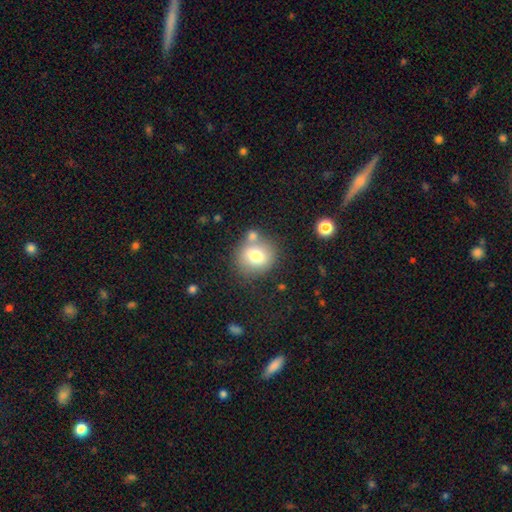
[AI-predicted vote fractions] Smooth or featured?
  - smooth: 73% *
  - featured or disk: 16%
  - star or artifact: 10%
How rounded?
  - round: 82% *
  - in between: 17%
  - cigar-shaped: 1%
Merging?
  - none: 65% *
  - merger: 18%
  - minor disturbance: 13%
  - major disturbance: 5%